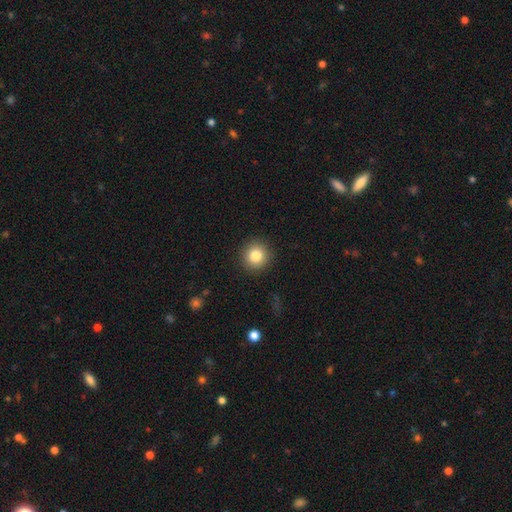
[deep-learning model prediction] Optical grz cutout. It shows a smooth galaxy with no disk features (84%) that is round (93%). Merging: none (91%).